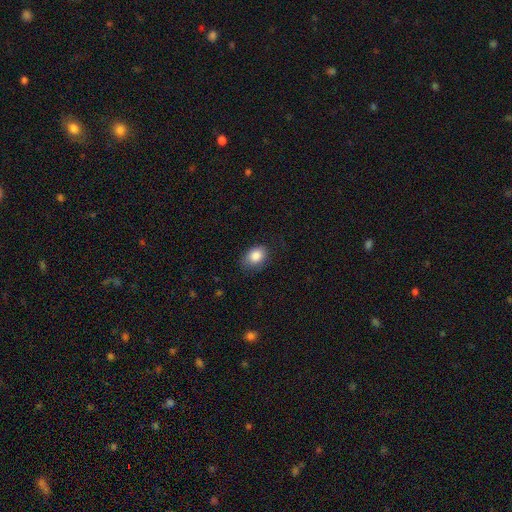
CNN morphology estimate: Smooth or featured? Predicted: smooth (p=0.86). How rounded? Predicted: in between (p=0.70). Merging? Predicted: none (p=0.72).